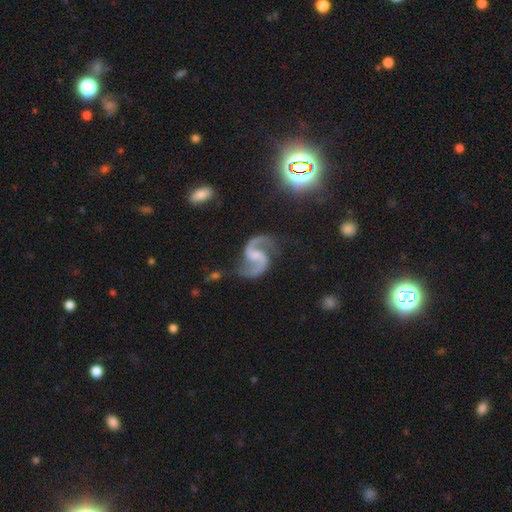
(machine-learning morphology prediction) Overall: featured or disk (93%). Edge-on disk: no (98%). Bar: weak (45%; no 40%). Spiral arms: yes (98%). Spiral arm count: 2 (95%). Spiral winding: medium (51%; loose 42%). Bulge size: small (43%; moderate 29%). Merging: none (75%).